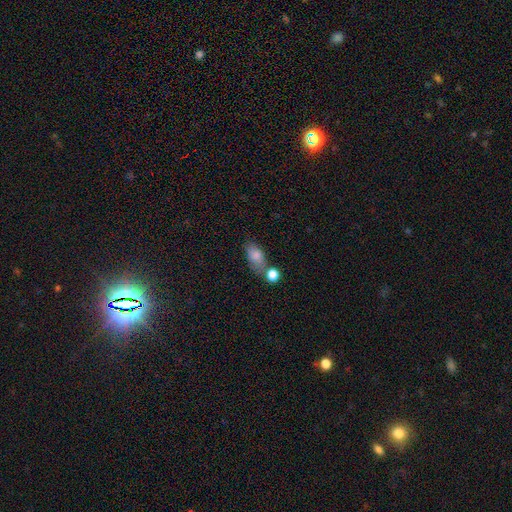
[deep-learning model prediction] Smooth or featured: smooth — 80% (featured or disk — 11%)
How rounded: in between — 85% (round — 10%)
Merging: none — 53% (merger — 20%)